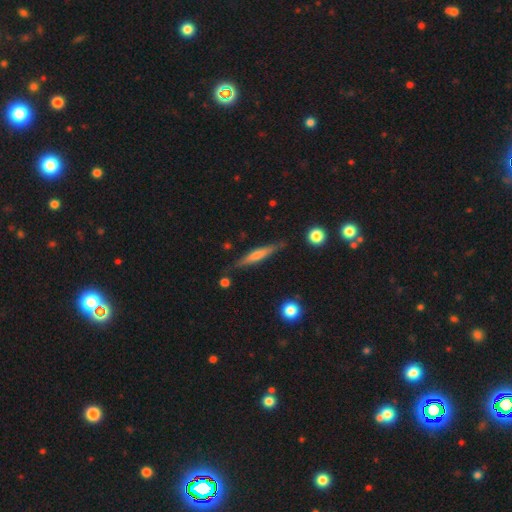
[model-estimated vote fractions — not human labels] A featured or disk galaxy (48%).

Vote fractions:
- Smooth or featured? featured or disk: 48% / smooth: 46% / star or artifact: 6%
- Merging? none: 82% / minor disturbance: 13% / major disturbance: 3% / merger: 2%